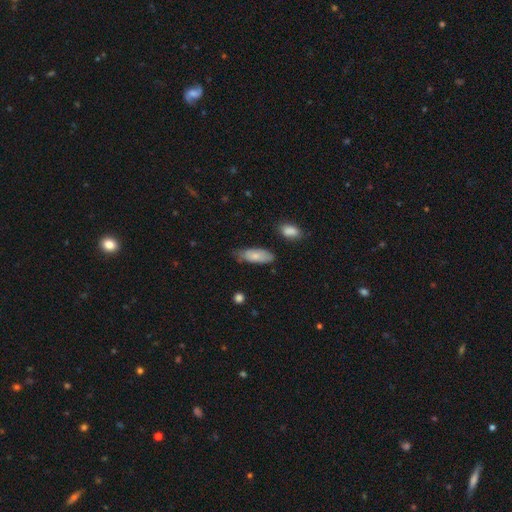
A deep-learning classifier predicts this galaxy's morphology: Smooth or featured?
  - smooth: 78% *
  - featured or disk: 16%
  - star or artifact: 6%
How rounded?
  - in between: 80% *
  - cigar-shaped: 18%
  - round: 2%
Merging?
  - none: 60% *
  - minor disturbance: 31%
  - major disturbance: 6%
  - merger: 3%